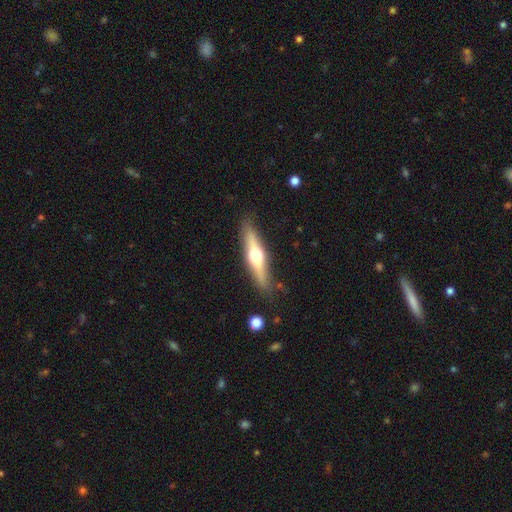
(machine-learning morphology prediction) This appears to be a featured or disk galaxy (64%) viewed edge-on (95%) with a rounded central bulge (95%). Merging: none (86%).